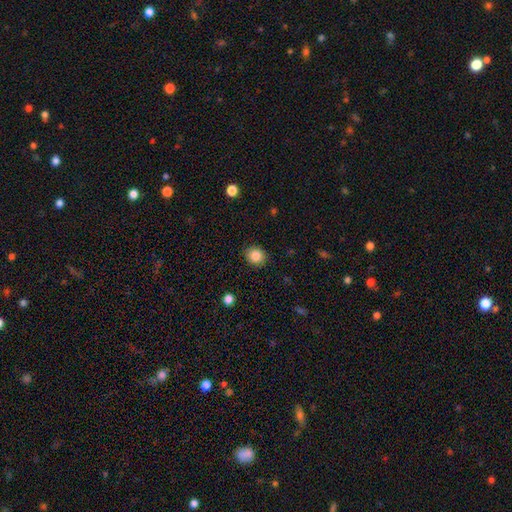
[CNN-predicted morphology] smooth 85%, star or artifact 9%, featured or disk 6%. Down the decision tree: how rounded — round (74%); merging — none (89%).